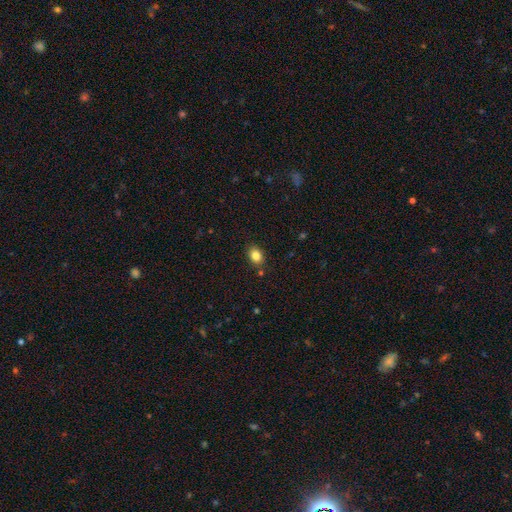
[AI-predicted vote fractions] smooth 84%, star or artifact 10%, featured or disk 6%. Down the decision tree: how rounded — in between (67%); merging — none (85%).